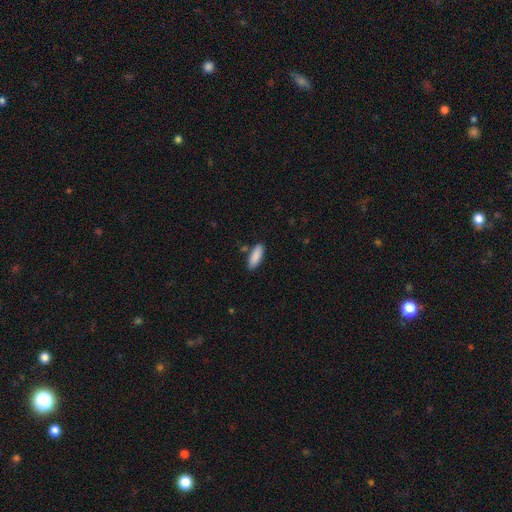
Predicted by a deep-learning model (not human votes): Overall: smooth (89%). How rounded: in between (63%; cigar-shaped 35%). Merging: none (81%).